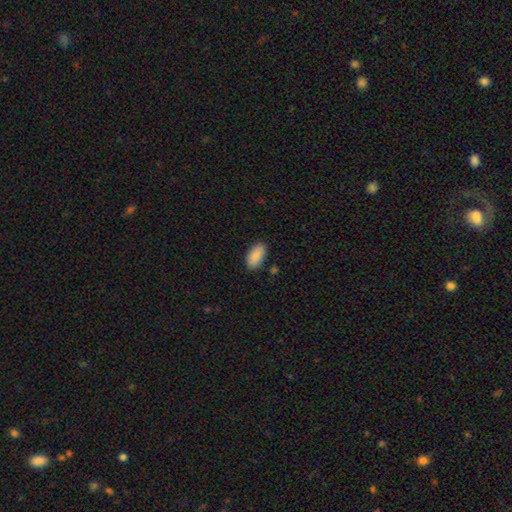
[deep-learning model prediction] This is clearly a smooth galaxy (89%). How rounded: clearly in between (94%). Merging: clearly none (84%).